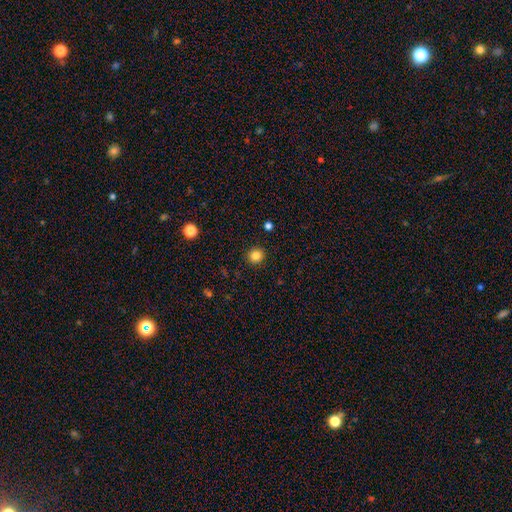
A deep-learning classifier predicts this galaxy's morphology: This is clearly a smooth galaxy (84%). How rounded: clearly round (90%). Merging: clearly none (92%).